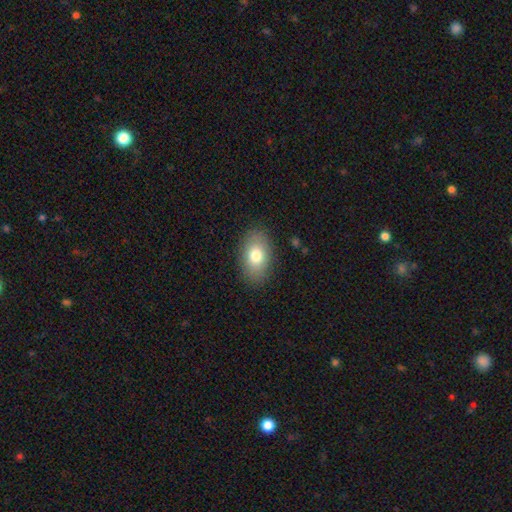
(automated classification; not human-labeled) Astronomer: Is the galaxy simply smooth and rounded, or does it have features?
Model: smooth — 77%.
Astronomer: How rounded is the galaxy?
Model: in between — 88%.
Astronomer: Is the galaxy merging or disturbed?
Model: none — 86%.